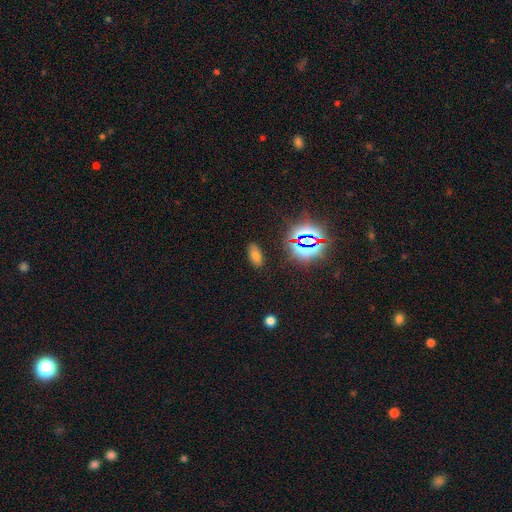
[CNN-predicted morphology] smooth_or_featured: smooth (p=0.62) [alt: star or artifact p=0.28]
how_rounded: in between (p=0.89) [alt: cigar-shaped p=0.06]
merging: none (p=0.85) [alt: minor disturbance p=0.10]